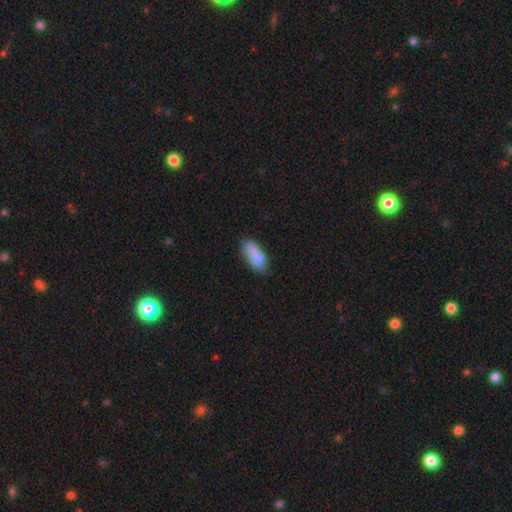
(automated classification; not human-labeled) Smooth or featured?
  - smooth: 76% *
  - featured or disk: 15%
  - star or artifact: 9%
How rounded?
  - in between: 80% *
  - cigar-shaped: 17%
  - round: 3%
Merging?
  - none: 49% *
  - minor disturbance: 29%
  - major disturbance: 11%
  - merger: 11%